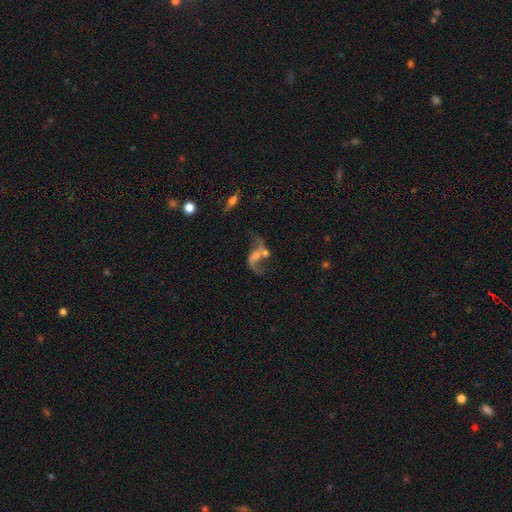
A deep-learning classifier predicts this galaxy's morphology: type=featured or disk (76%); edge-on=no (96%); bar=no (53%); spiral arms=yes (85%); winding=loose (86%); arm count=2 (82%); bulge=small (40%); merging=none (37%).